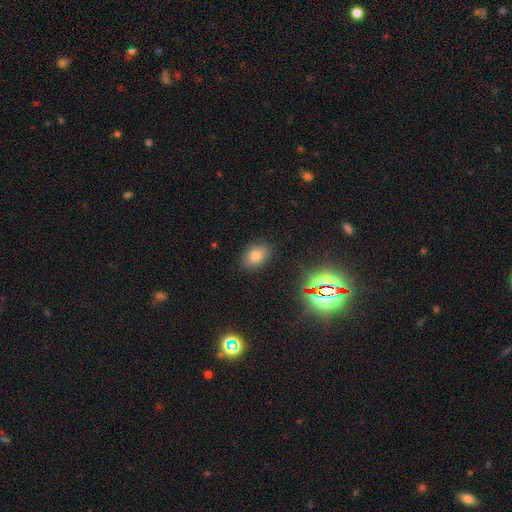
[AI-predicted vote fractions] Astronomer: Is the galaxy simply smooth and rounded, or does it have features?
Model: smooth — 72%.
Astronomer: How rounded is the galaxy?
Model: in between — 77%.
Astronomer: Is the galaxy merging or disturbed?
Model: none — 85%.